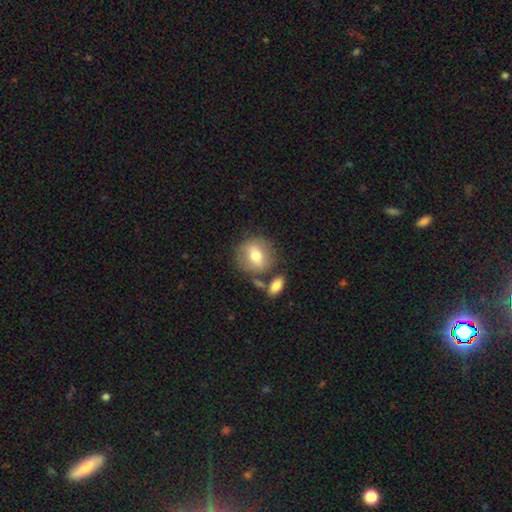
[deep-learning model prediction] smooth_or_featured: smooth (p=0.68) [alt: featured or disk p=0.25]
how_rounded: round (p=0.74) [alt: in between p=0.24]
merging: none (p=0.69) [alt: merger p=0.13]